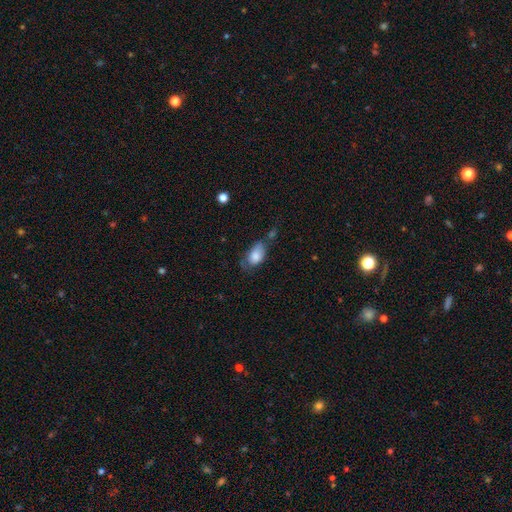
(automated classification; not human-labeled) Q: Smooth or featured?
A: smooth (78%); runner-up: featured or disk (15%)
Q: How rounded?
A: in between (89%); runner-up: round (8%)
Q: Merging?
A: none (36%); runner-up: minor disturbance (33%)